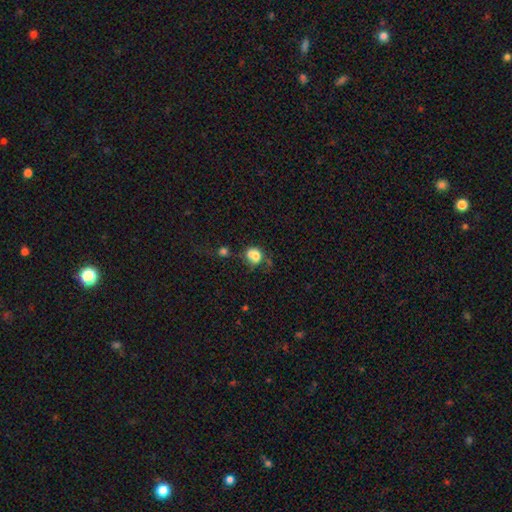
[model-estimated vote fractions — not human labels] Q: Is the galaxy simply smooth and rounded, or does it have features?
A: smooth — 74%.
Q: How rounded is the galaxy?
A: round — 62%.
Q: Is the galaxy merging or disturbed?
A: merger — 39%.